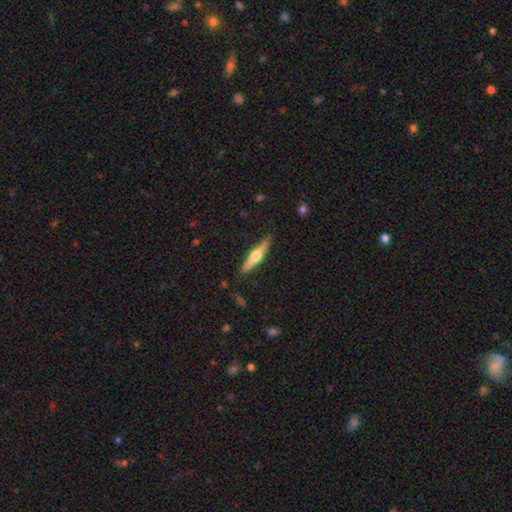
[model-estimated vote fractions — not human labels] Smooth or featured? Predicted: featured or disk (p=0.57). Edge-on disk? Predicted: yes (p=0.96). Edge-on bulge? Predicted: rounded (p=0.93). Merging? Predicted: none (p=0.88).